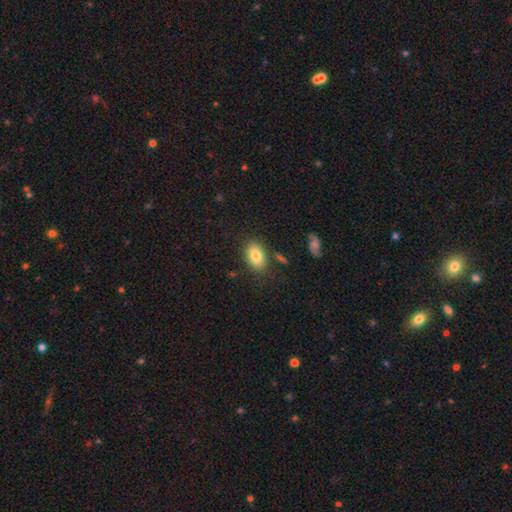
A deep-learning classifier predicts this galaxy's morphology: Smooth or featured? Predicted: smooth (p=0.82). How rounded? Predicted: in between (p=0.87). Merging? Predicted: none (p=0.80).